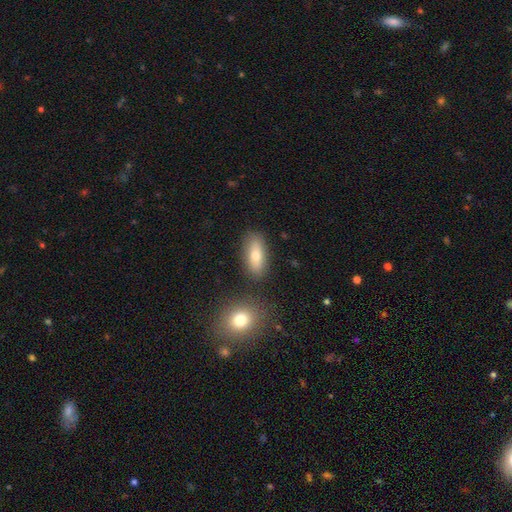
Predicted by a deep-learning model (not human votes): A smooth galaxy with no disk features (73%) that is in between round and cigar-shaped (79%). Merging: none (81%).